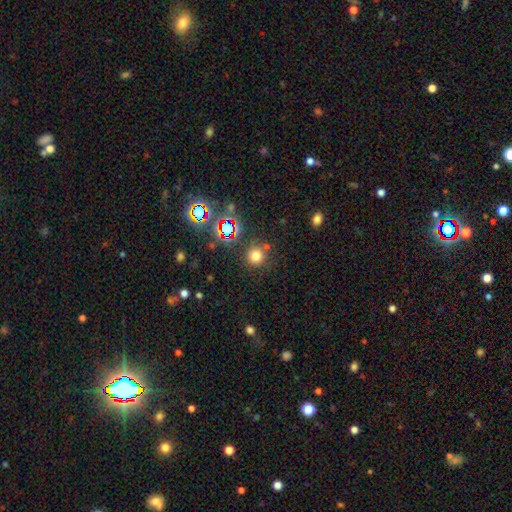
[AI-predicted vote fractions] A smooth galaxy with no disk features (71%) that is round (93%).

Vote fractions:
- Smooth or featured? smooth: 71% / star or artifact: 23% / featured or disk: 7%
- How rounded? round: 93% / in between: 6% / cigar-shaped: 1%
- Merging? none: 80% / minor disturbance: 9% / merger: 6% / major disturbance: 4%